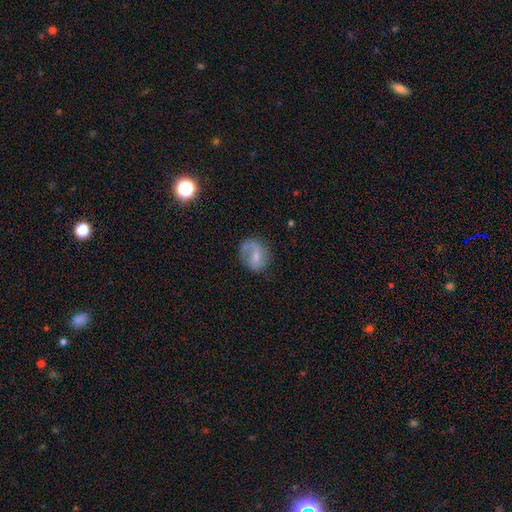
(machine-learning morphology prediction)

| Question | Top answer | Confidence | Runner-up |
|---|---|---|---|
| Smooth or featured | featured or disk | 52% | smooth (40%) |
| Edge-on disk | no | 97% | yes (3%) |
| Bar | weak | 50% | no (34%) |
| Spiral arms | yes | 75% | no (25%) |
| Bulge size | small | 43% | moderate (34%) |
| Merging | none | 56% | minor disturbance (23%) |